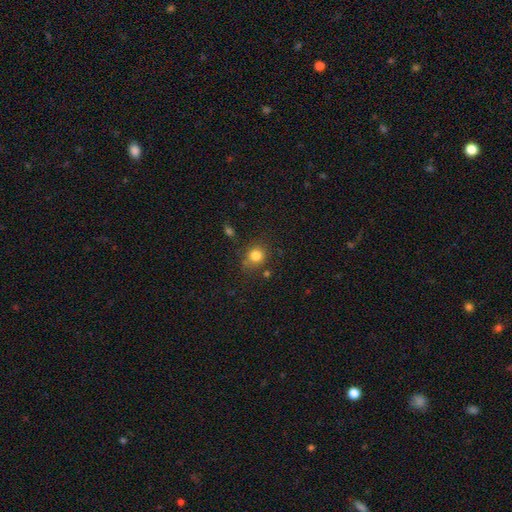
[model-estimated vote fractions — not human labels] The model was most divided on "how rounded": round: 78%, in between: 21%, cigar-shaped: 1%. More confident: smooth or featured — smooth (81%); merging — none (74%).